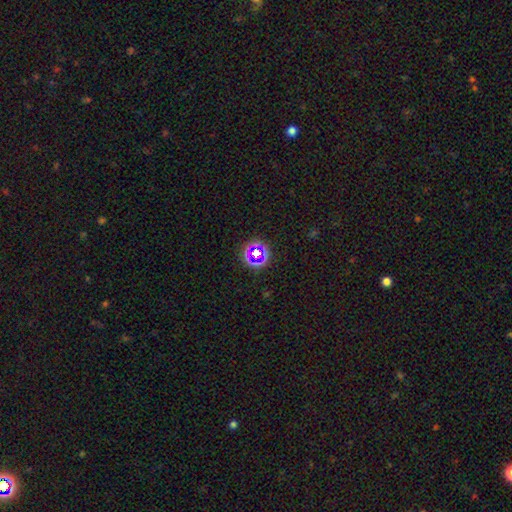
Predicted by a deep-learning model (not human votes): This is possibly a star or artifact rather than a galaxy (60%).